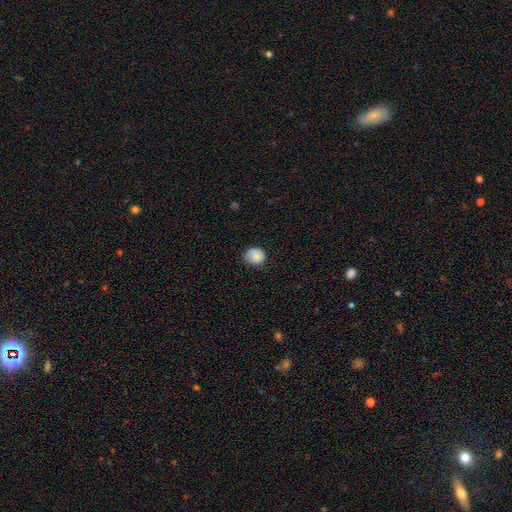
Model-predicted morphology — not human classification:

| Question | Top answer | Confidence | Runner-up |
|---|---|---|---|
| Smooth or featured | smooth | 83% | featured or disk (8%) |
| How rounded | round | 77% | in between (23%) |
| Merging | none | 70% | minor disturbance (24%) |